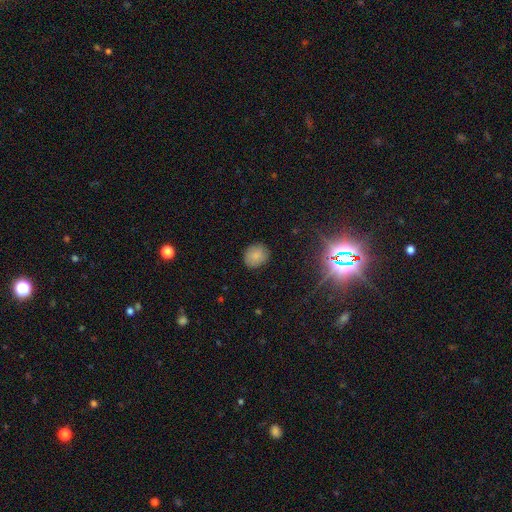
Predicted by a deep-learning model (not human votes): Smooth or featured: smooth — 82% (star or artifact — 12%)
How rounded: round — 70% (in between — 29%)
Merging: none — 85% (minor disturbance — 11%)